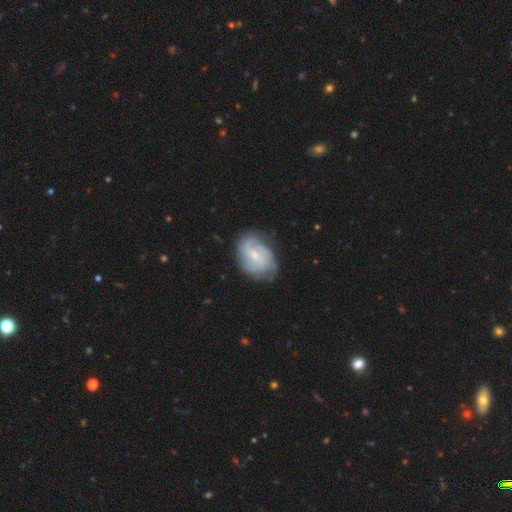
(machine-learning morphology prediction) This appears to be a featured or disk galaxy (71%) with no bar (48%), tight (44%) spiral arms (89%) and a small central bulge (59%). Merging: none (69%).